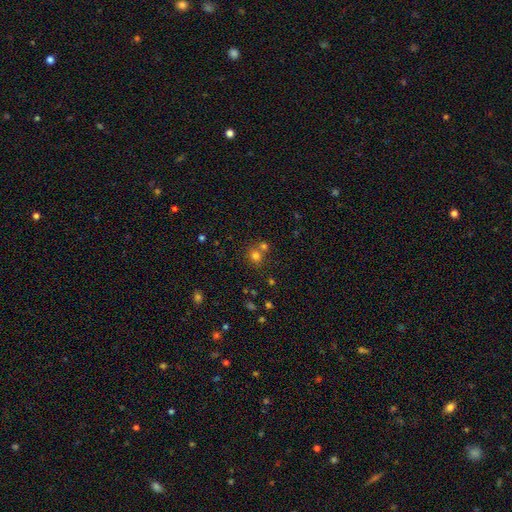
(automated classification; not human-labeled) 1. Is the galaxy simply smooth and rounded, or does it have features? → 74% smooth, 17% star or artifact, 8% featured or disk.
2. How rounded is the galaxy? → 80% round, 19% in between, 1% cigar-shaped.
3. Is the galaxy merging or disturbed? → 55% none, 34% merger, 8% minor disturbance, 3% major disturbance.